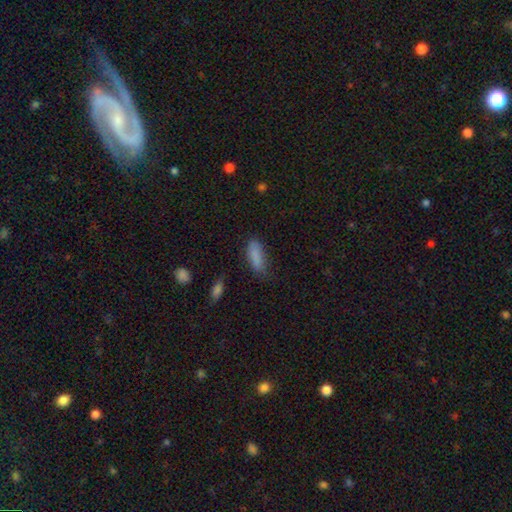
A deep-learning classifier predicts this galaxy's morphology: A smooth galaxy with no disk features (84%) that is in between round and cigar-shaped (69%).

Vote fractions:
- Smooth or featured? smooth: 84% / star or artifact: 9% / featured or disk: 7%
- How rounded? in between: 69% / cigar-shaped: 29% / round: 2%
- Merging? none: 62% / minor disturbance: 28% / major disturbance: 8% / merger: 3%